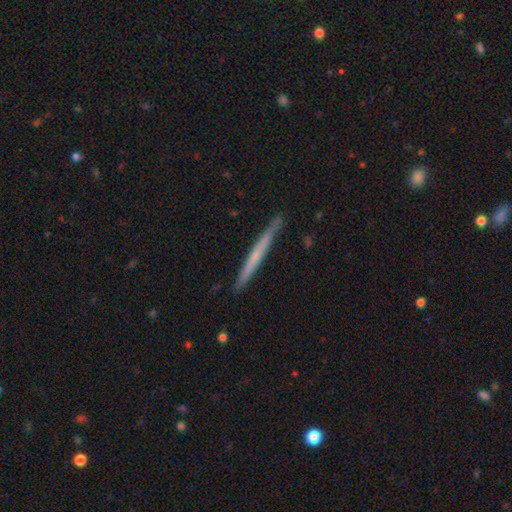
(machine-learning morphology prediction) Overall: featured or disk (49%; smooth 46%). Merging: none (89%).